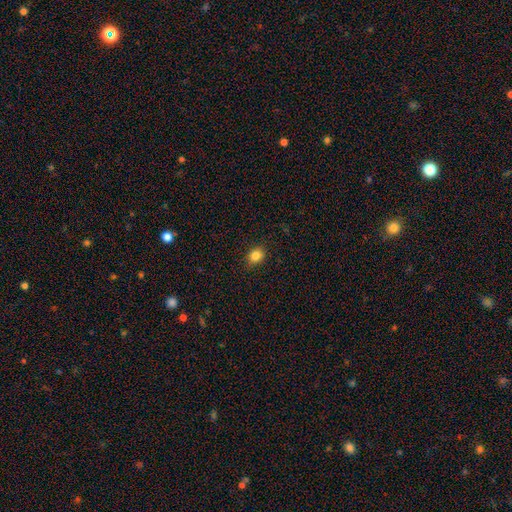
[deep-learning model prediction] A smooth galaxy with no disk features (84%) that is in between round and cigar-shaped (51%). Merging: none (88%).